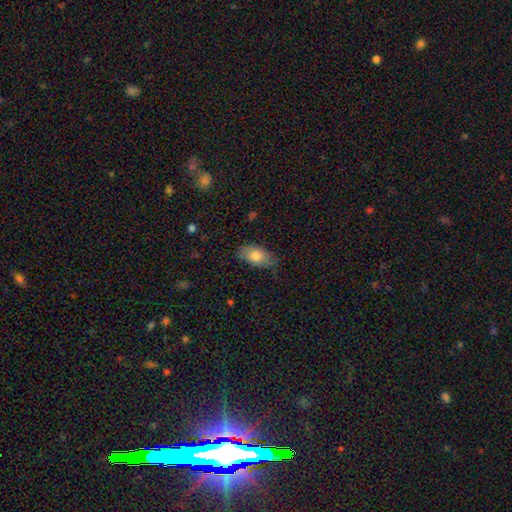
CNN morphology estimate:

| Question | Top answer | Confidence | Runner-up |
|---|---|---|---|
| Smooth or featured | smooth | 79% | featured or disk (14%) |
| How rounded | in between | 91% | round (5%) |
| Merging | none | 75% | minor disturbance (20%) |